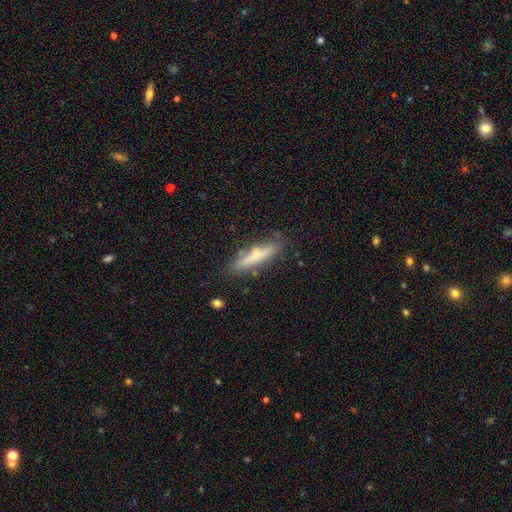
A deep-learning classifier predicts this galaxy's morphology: Q: Smooth or featured?
A: smooth (63%); runner-up: featured or disk (30%)
Q: How rounded?
A: cigar-shaped (84%); runner-up: in between (15%)
Q: Merging?
A: none (76%); runner-up: minor disturbance (17%)